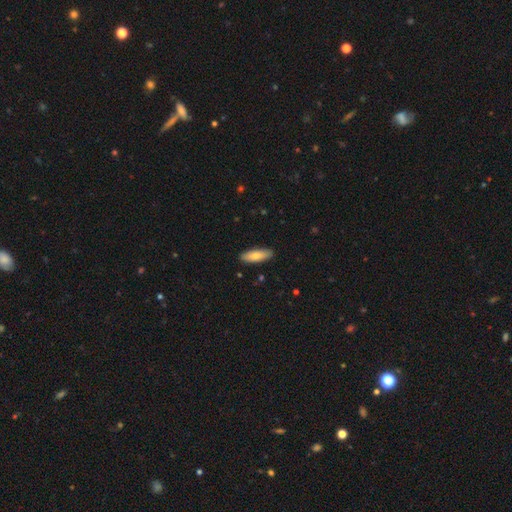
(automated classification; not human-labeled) Smooth or featured? Predicted: smooth (p=0.79). How rounded? Predicted: in between (p=0.55). Merging? Predicted: none (p=0.90).